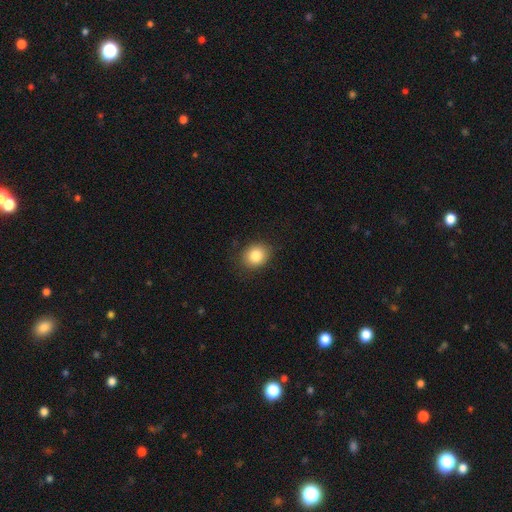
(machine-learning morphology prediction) A smooth galaxy with no disk features (83%) that is round (60%).

Vote fractions:
- Smooth or featured? smooth: 83% / star or artifact: 10% / featured or disk: 7%
- How rounded? round: 60% / in between: 39% / cigar-shaped: 1%
- Merging? none: 87% / minor disturbance: 10% / major disturbance: 3% / merger: 1%